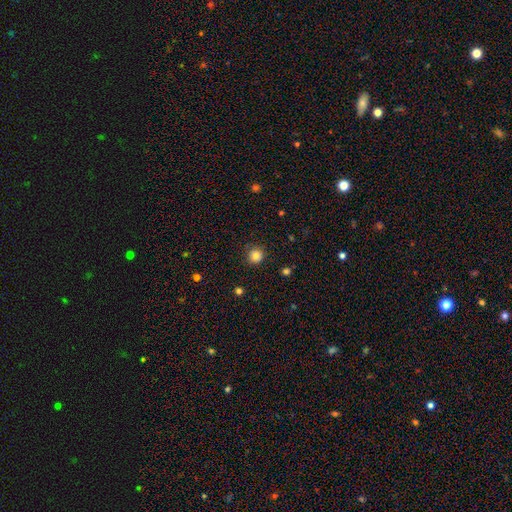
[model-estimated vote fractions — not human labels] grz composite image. It shows a smooth galaxy with no disk features (82%) that is round (94%). Merging: none (89%).